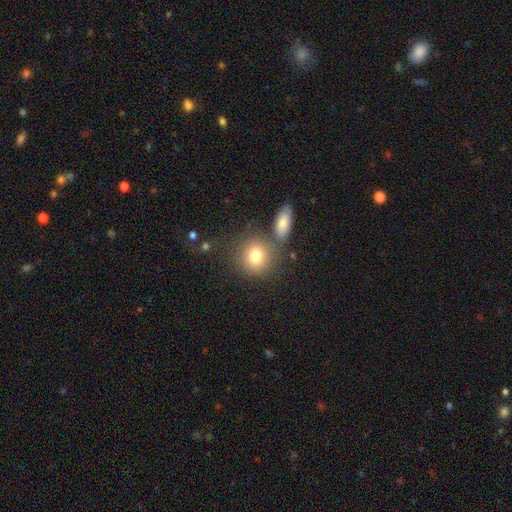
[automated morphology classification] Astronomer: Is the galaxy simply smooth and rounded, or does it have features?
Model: smooth — 78%.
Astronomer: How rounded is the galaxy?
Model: round — 81%.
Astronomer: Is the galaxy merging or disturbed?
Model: none — 66%.